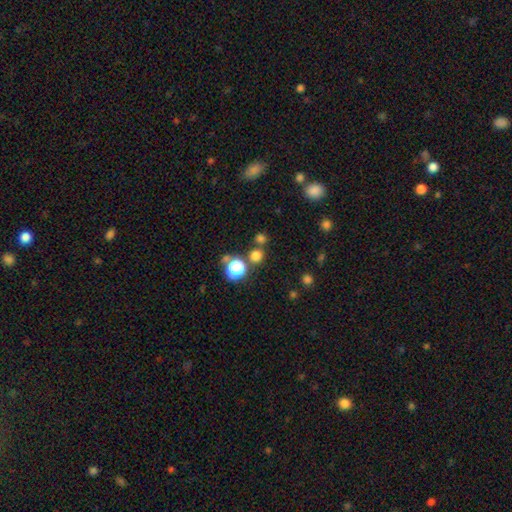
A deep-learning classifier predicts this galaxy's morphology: A smooth galaxy with no disk features (70%) that is round (90%).

Vote fractions:
- Smooth or featured? smooth: 70% / star or artifact: 24% / featured or disk: 5%
- How rounded? round: 90% / in between: 9% / cigar-shaped: 1%
- Merging? none: 74% / merger: 15% / minor disturbance: 7% / major disturbance: 3%